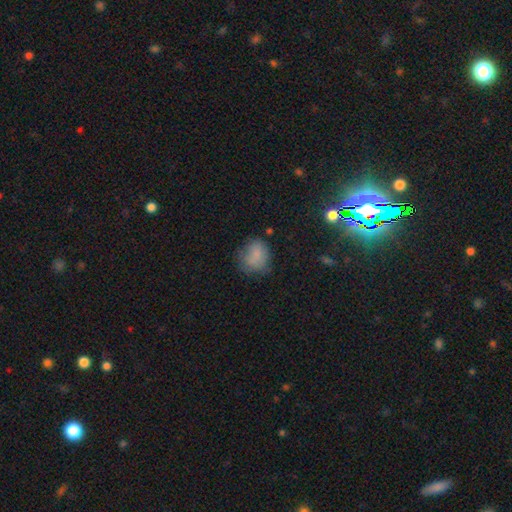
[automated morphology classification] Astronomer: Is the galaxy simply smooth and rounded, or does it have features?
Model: smooth — 78%.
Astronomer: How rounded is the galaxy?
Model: round — 64%.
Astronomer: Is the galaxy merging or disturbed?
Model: none — 60%.